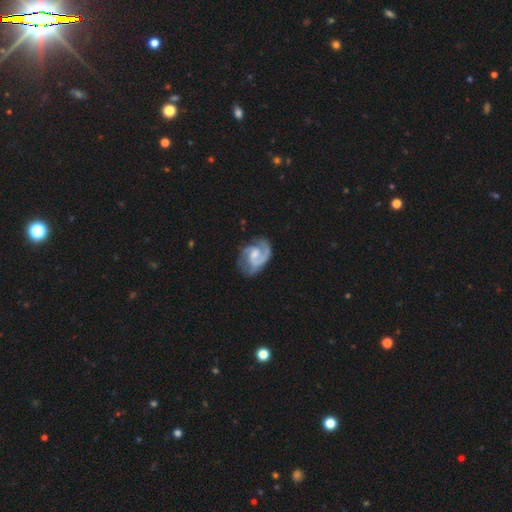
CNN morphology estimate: smooth-or-featured: featured or disk: 86% | smooth: 10% | star or artifact: 5%
  disk-edge-on: no: 98% | yes: 2%
    bar: weak: 47% | no: 45% | strong: 8%
    has-spiral-arms: yes: 96% | no: 4%
      spiral-winding: medium: 51% | tight: 32% | loose: 17%
      spiral-arm-count: 2: 73% | 1: 13% | can't tell: 7% | 3: 5% | 4: 1% | more than 4: 1%
    bulge-size: moderate: 45% | small: 35% | none: 12% | large: 7% | dominant: 1%
  merging: none: 61% | minor disturbance: 23% | major disturbance: 14% | merger: 2%